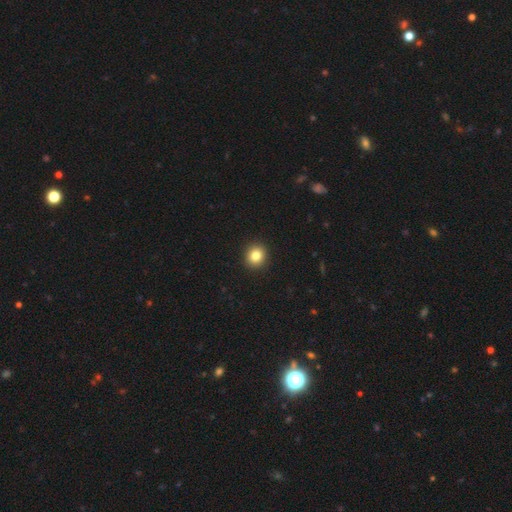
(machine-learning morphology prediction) type=smooth (84%); roundness=round (84%); merging=none (93%).